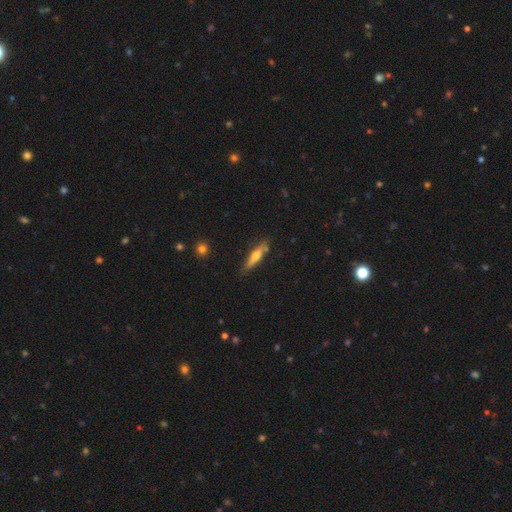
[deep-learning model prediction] Smooth or featured? Predicted: featured or disk (p=0.50). Edge-on disk? Predicted: yes (p=0.92). Merging? Predicted: none (p=0.80).